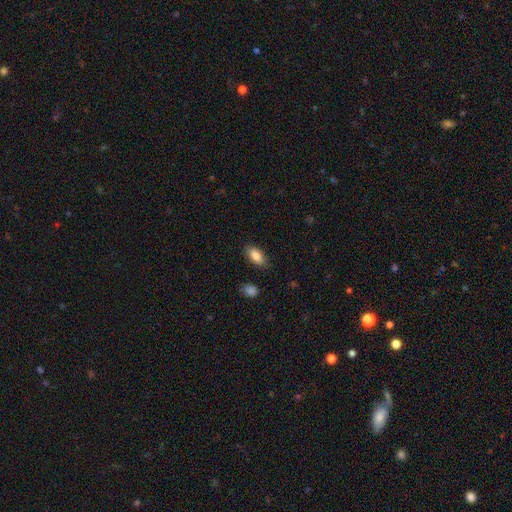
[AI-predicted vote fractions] A smooth galaxy with no disk features (86%) that is in between round and cigar-shaped (88%). Merging: none (86%).